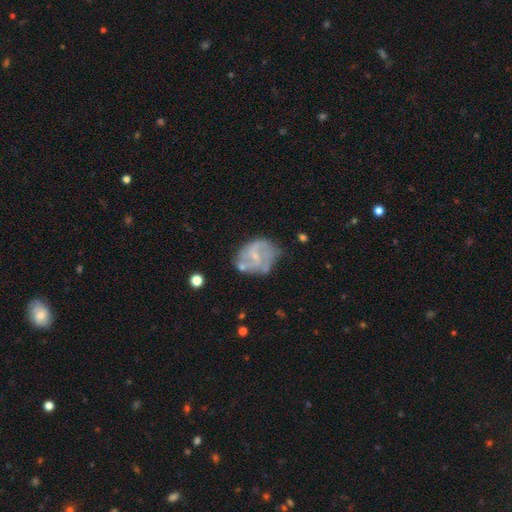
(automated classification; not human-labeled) Q: Smooth or featured?
A: featured or disk (72%); runner-up: smooth (21%)
Q: Edge-on disk?
A: no (98%); runner-up: yes (2%)
Q: Bar?
A: weak (46%); runner-up: no (44%)
Q: Spiral arms?
A: yes (76%); runner-up: no (24%)
Q: Spiral winding?
A: medium (42%); runner-up: loose (38%)
Q: Spiral arm count?
A: 2 (47%); runner-up: can't tell (26%)
Q: Bulge size?
A: small (65%); runner-up: moderate (17%)
Q: Merging?
A: none (53%); runner-up: minor disturbance (25%)